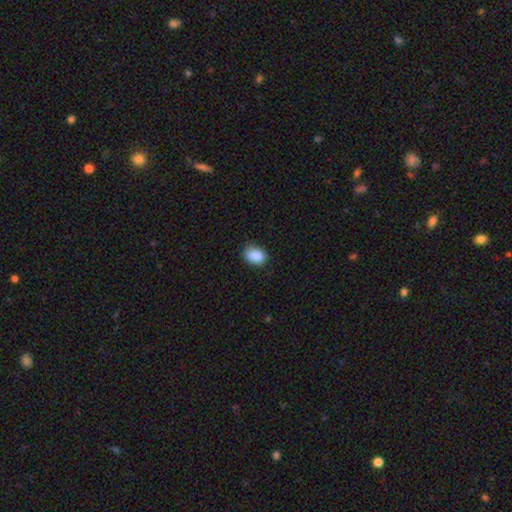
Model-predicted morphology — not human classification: smooth_or_featured: smooth (p=0.89) [alt: star or artifact p=0.08]
how_rounded: in between (p=0.74) [alt: round p=0.25]
merging: none (p=0.80) [alt: minor disturbance p=0.16]